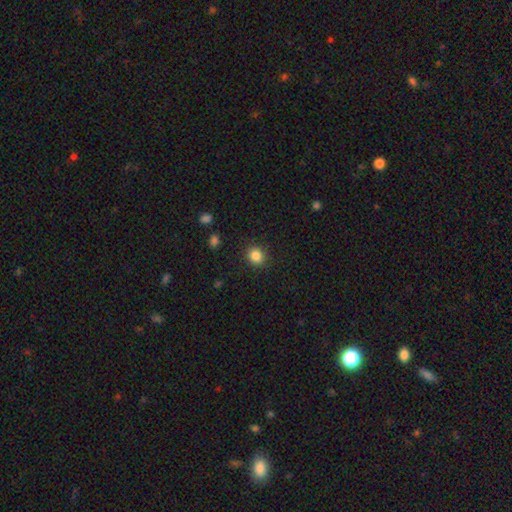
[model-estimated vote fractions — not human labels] Smooth or featured? Predicted: smooth (p=0.85). How rounded? Predicted: round (p=0.80). Merging? Predicted: none (p=0.90).